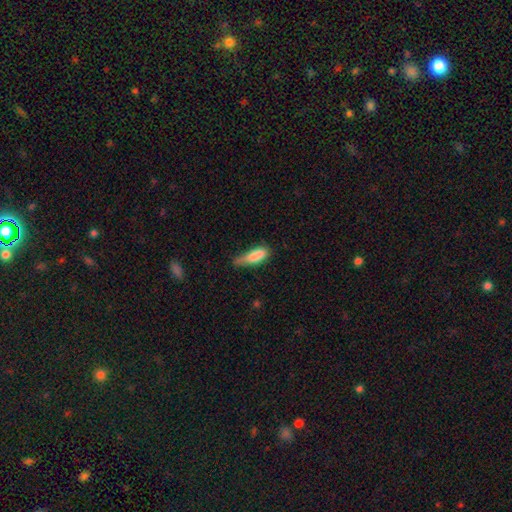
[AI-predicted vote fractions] smooth_or_featured: smooth (p=0.80) [alt: featured or disk p=0.13]
how_rounded: in between (p=0.54) [alt: cigar-shaped p=0.43]
merging: minor disturbance (p=0.43) [alt: none p=0.33]